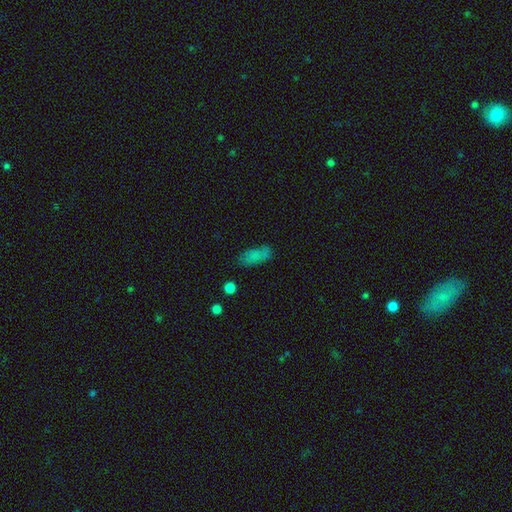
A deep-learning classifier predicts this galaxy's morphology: Q: Smooth or featured?
A: smooth (77%); runner-up: star or artifact (12%)
Q: How rounded?
A: in between (79%); runner-up: cigar-shaped (18%)
Q: Merging?
A: none (66%); runner-up: minor disturbance (22%)